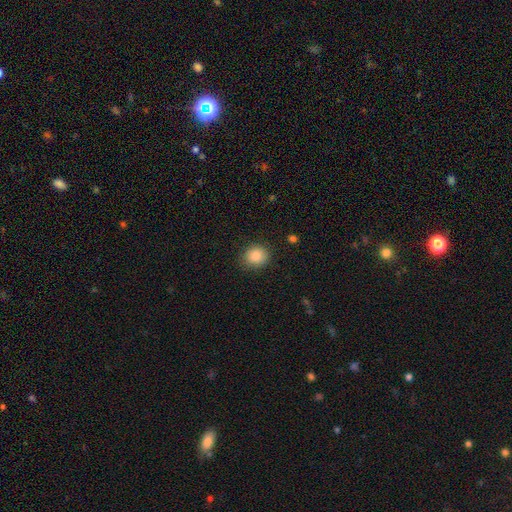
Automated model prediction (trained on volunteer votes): The model was most divided on "how rounded": round: 75%, in between: 24%, cigar-shaped: 1%. More confident: merging — none (87%); smooth or featured — smooth (84%).